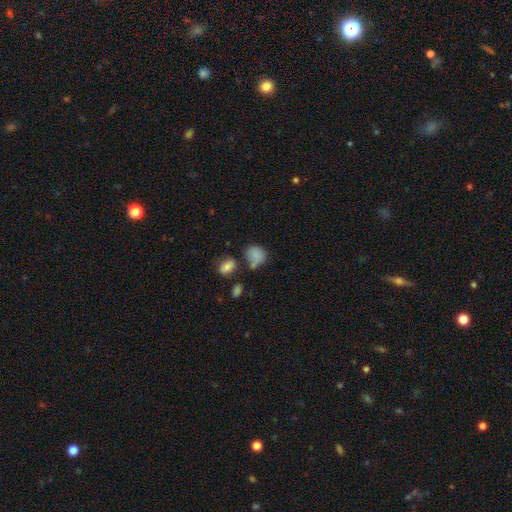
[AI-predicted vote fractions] Smooth or featured?
  - smooth: 80% *
  - star or artifact: 11%
  - featured or disk: 9%
How rounded?
  - round: 55% *
  - in between: 44%
  - cigar-shaped: 1%
Merging?
  - none: 45% *
  - minor disturbance: 25%
  - merger: 19%
  - major disturbance: 11%